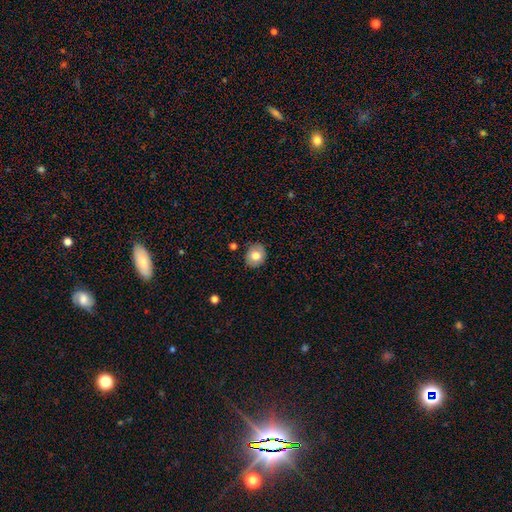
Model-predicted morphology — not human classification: This appears to be a smooth galaxy with no disk features (77%) that is round (68%). Merging: none (86%).